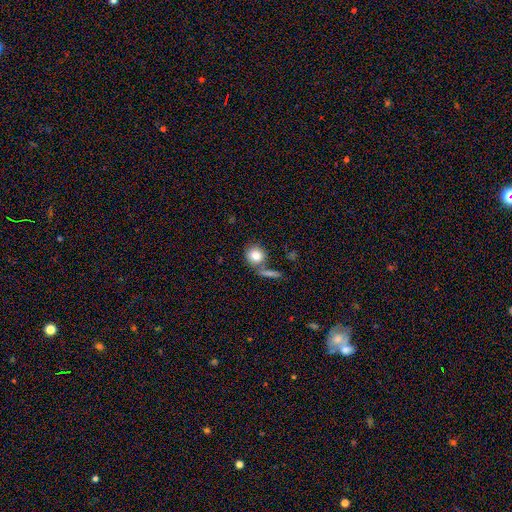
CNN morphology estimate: A smooth galaxy with no disk features (82%) that is round (85%).

Vote fractions:
- Smooth or featured? smooth: 82% / featured or disk: 10% / star or artifact: 9%
- How rounded? round: 85% / in between: 14% / cigar-shaped: 2%
- Merging? none: 64% / merger: 20% / minor disturbance: 11% / major disturbance: 5%